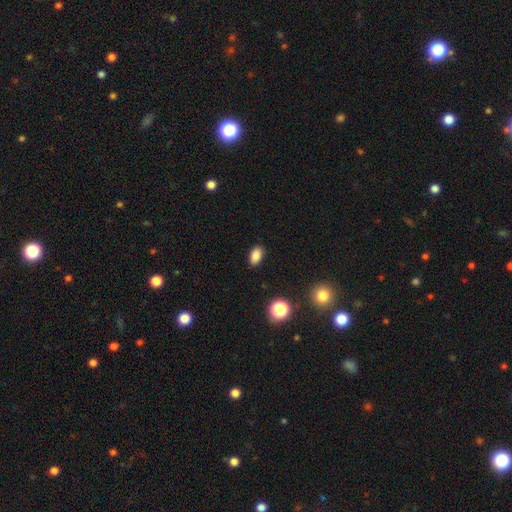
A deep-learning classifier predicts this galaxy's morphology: Q: Smooth or featured?
A: smooth (85%); runner-up: star or artifact (11%)
Q: How rounded?
A: in between (89%); runner-up: round (9%)
Q: Merging?
A: none (88%); runner-up: minor disturbance (9%)